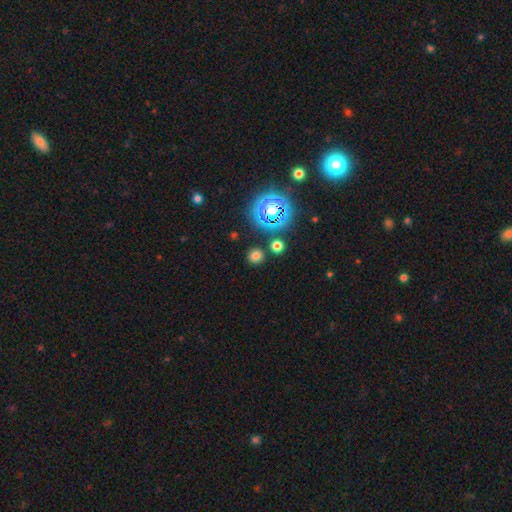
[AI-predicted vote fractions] Smooth or featured?
  - smooth: 68% *
  - star or artifact: 25%
  - featured or disk: 6%
How rounded?
  - round: 91% *
  - in between: 8%
  - cigar-shaped: 1%
Merging?
  - none: 86% *
  - minor disturbance: 7%
  - merger: 5%
  - major disturbance: 3%